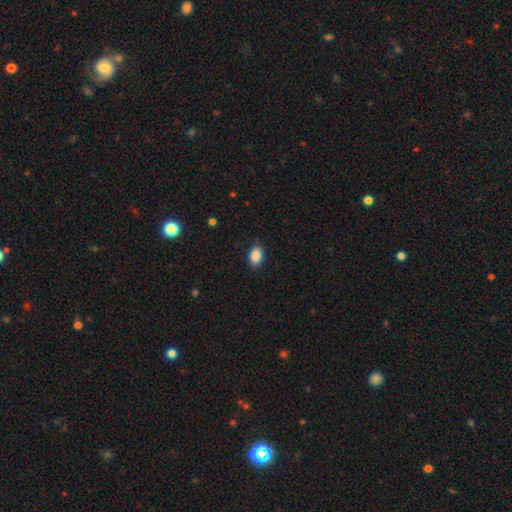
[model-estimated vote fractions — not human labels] A smooth galaxy with no disk features (89%) that is in between round and cigar-shaped (81%). Merging: none (85%).